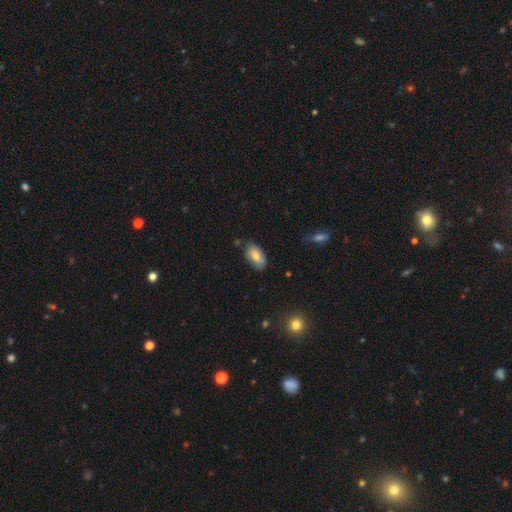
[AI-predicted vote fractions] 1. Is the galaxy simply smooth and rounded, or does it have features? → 75% smooth, 18% featured or disk, 7% star or artifact.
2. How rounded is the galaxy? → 94% in between, 3% round, 3% cigar-shaped.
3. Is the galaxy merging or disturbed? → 77% none, 18% minor disturbance, 3% major disturbance, 2% merger.